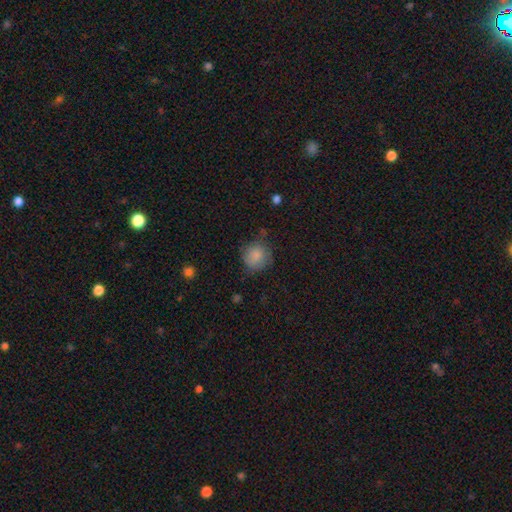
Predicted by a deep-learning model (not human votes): Smooth or featured? smooth (84%)
How rounded? round (88%)
Merging? none (69%)